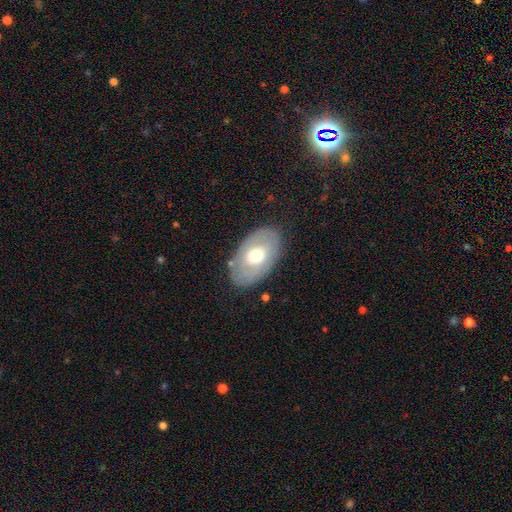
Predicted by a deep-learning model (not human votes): A smooth galaxy with no disk features (50%) that is in between round and cigar-shaped (91%). Merging: none (81%).